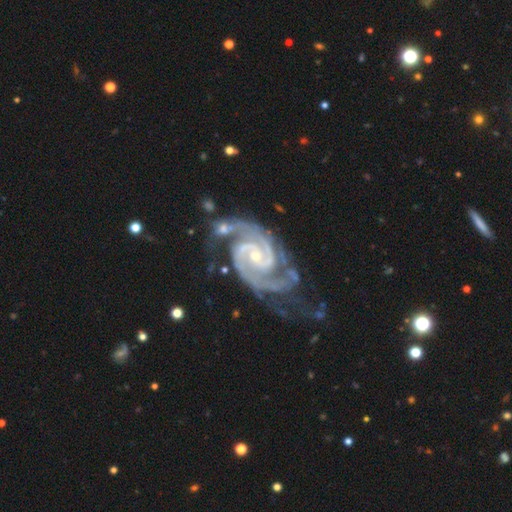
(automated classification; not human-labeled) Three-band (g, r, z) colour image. It shows a featured or disk galaxy (94%) with no bar (45%), 2 (84%) tight (56%) spiral arms (99%) and a small central bulge (71%). Merging: none (47%).